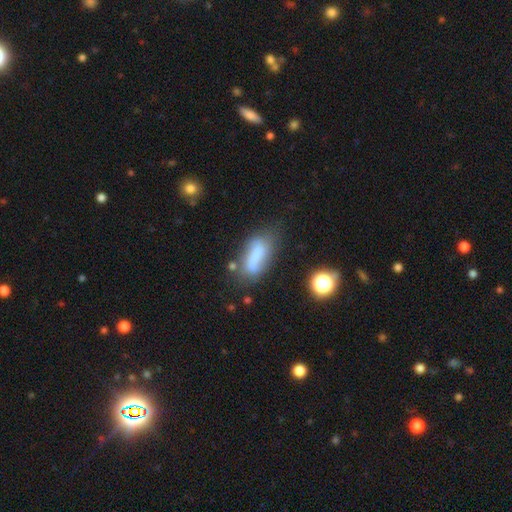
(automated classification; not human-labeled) This is likely a smooth galaxy (63%). How rounded: likely in between (66%). Merging: possibly none (51%).